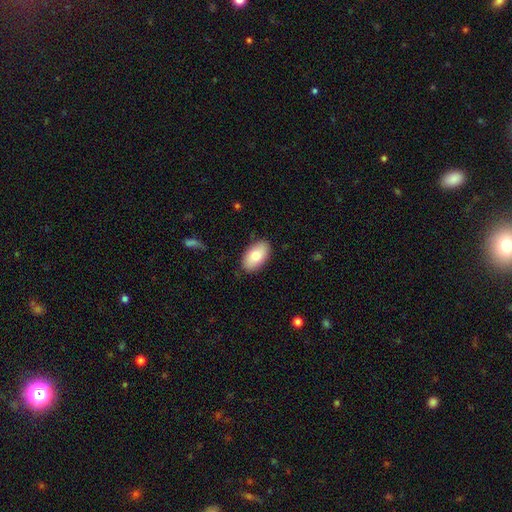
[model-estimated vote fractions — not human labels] smooth 81%, featured or disk 13%, star or artifact 6%. Down the decision tree: how rounded — in between (95%); merging — none (85%).